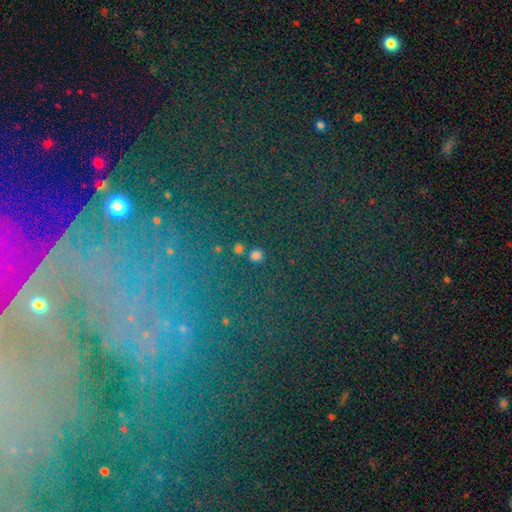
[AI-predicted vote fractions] This is likely a star or artifact rather than a galaxy (62%).